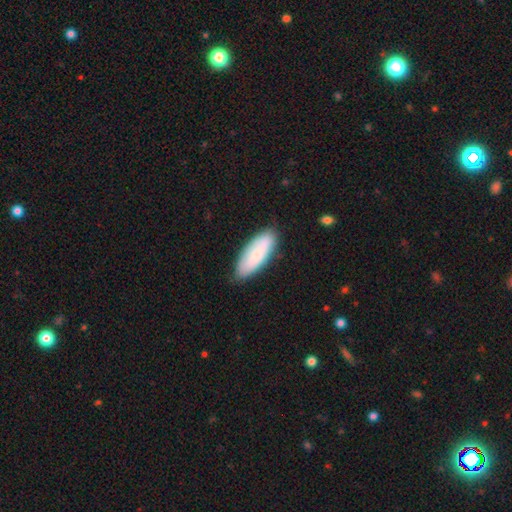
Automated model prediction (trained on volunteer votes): smooth-or-featured: smooth: 74% | featured or disk: 20% | star or artifact: 6%
  how-rounded: in between: 75% | cigar-shaped: 23% | round: 2%
  merging: none: 79% | minor disturbance: 17% | major disturbance: 3% | merger: 2%